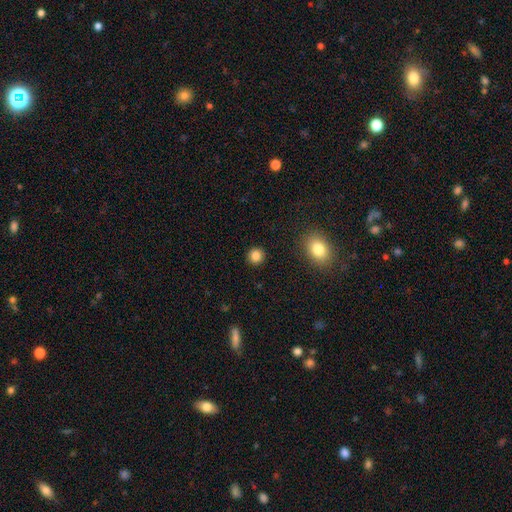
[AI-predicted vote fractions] Q: Smooth or featured?
A: smooth (84%); runner-up: star or artifact (11%)
Q: How rounded?
A: round (92%); runner-up: in between (7%)
Q: Merging?
A: none (92%); runner-up: minor disturbance (5%)